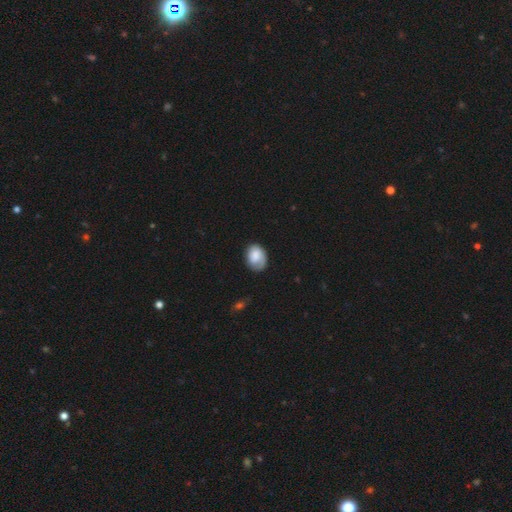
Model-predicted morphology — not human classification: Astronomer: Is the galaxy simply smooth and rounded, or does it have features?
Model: smooth — 72%.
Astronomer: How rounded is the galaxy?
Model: in between — 71%.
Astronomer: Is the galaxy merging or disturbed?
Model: none — 61%.